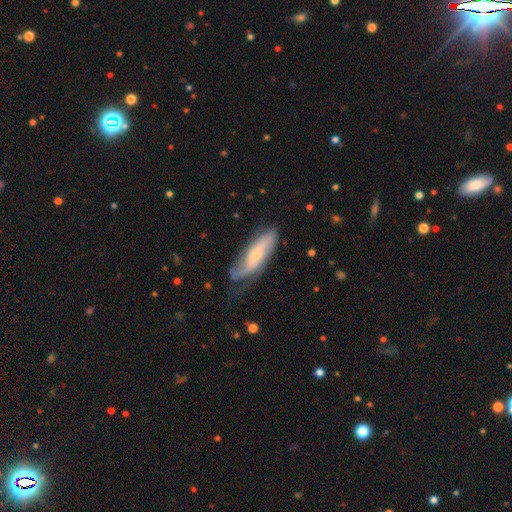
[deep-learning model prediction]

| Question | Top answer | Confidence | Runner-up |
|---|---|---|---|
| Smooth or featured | featured or disk | 54% | smooth (39%) |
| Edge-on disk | no | 77% | yes (23%) |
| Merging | none | 46% | minor disturbance (31%) |